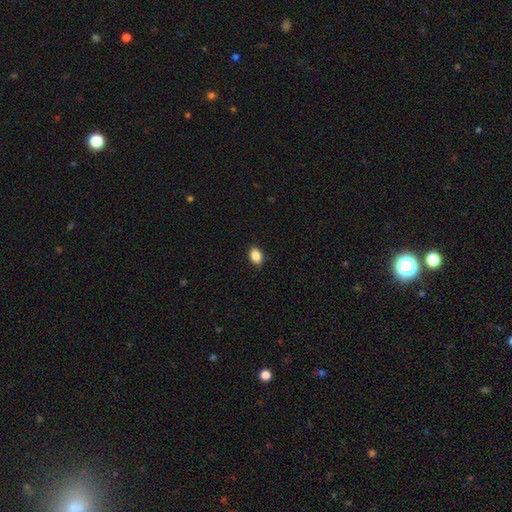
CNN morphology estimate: Q: Smooth or featured?
A: smooth (88%); runner-up: star or artifact (8%)
Q: How rounded?
A: in between (86%); runner-up: round (13%)
Q: Merging?
A: none (90%); runner-up: minor disturbance (8%)